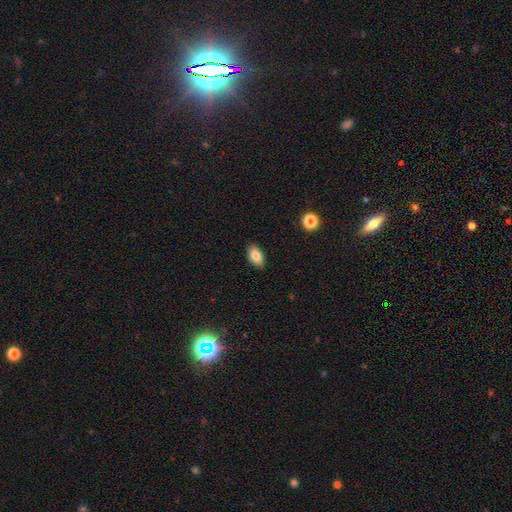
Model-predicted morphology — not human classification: A smooth galaxy with no disk features (84%) that is in between round and cigar-shaped (92%).

Vote fractions:
- Smooth or featured? smooth: 84% / star or artifact: 8% / featured or disk: 8%
- How rounded? in between: 92% / round: 5% / cigar-shaped: 3%
- Merging? none: 88% / minor disturbance: 9% / major disturbance: 2% / merger: 1%